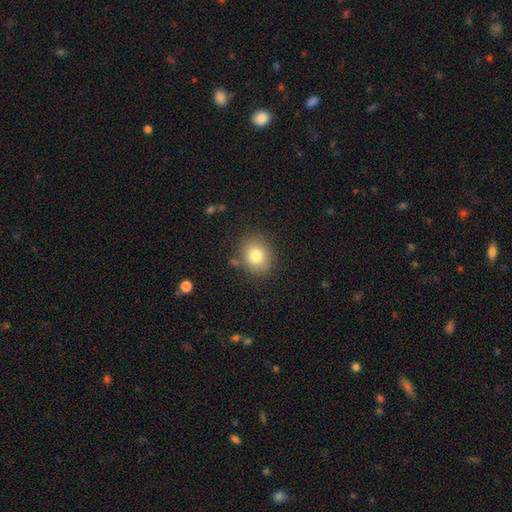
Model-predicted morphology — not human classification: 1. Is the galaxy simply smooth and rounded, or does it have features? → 80% smooth, 10% star or artifact, 10% featured or disk.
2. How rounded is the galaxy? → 64% round, 35% in between, 1% cigar-shaped.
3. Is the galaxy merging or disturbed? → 82% none, 12% minor disturbance, 4% major disturbance, 3% merger.